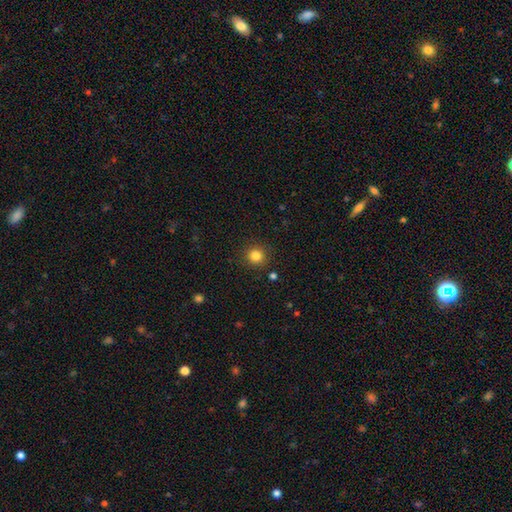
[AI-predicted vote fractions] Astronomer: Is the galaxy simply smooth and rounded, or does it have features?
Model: smooth — 83%.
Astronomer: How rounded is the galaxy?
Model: round — 94%.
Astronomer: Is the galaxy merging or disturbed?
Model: none — 90%.